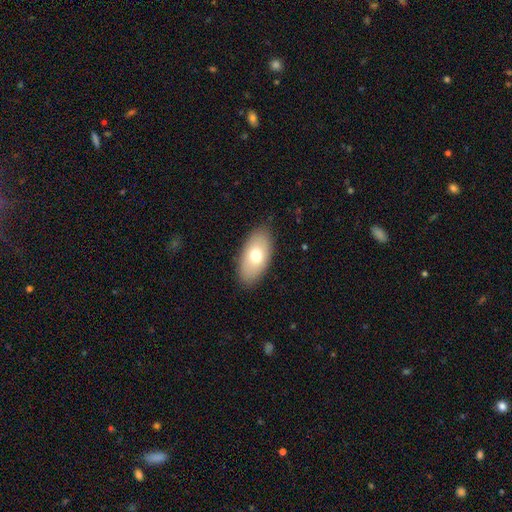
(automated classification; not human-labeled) This appears to be a smooth galaxy with no disk features (70%) that is in between round and cigar-shaped (93%). Merging: none (86%).